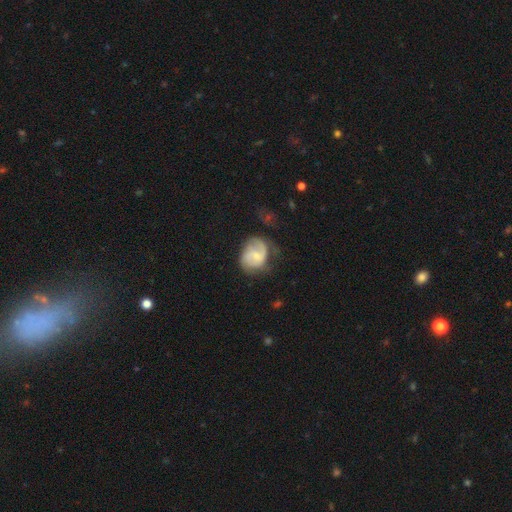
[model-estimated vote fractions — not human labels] Overall: featured or disk (54%; smooth 39%). Edge-on disk: no (98%). Bar: weak (46%; no 45%). Spiral arms: yes (82%). Bulge size: small (50%; moderate 29%). Merging: none (45%; minor disturbance 29%).